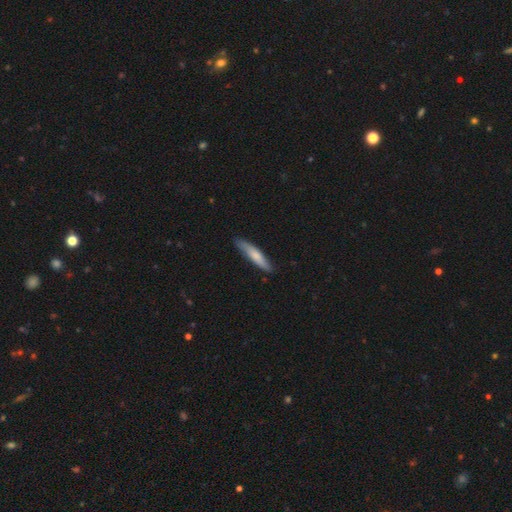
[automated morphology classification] A smooth galaxy with no disk features (73%) that is cigar-shaped (86%). Merging: none (82%).